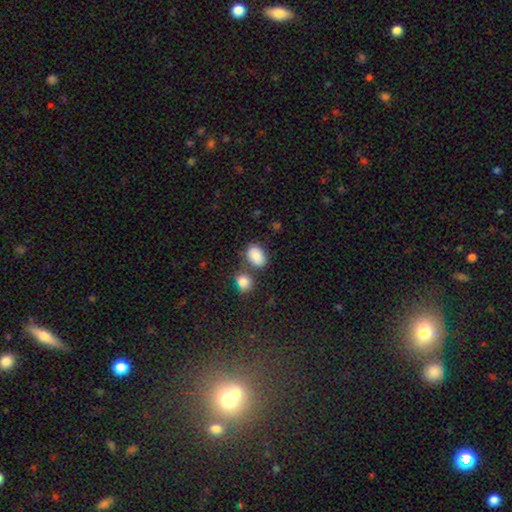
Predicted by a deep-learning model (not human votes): A smooth galaxy with no disk features (86%) that is in between round and cigar-shaped (85%).

Vote fractions:
- Smooth or featured? smooth: 86% / star or artifact: 8% / featured or disk: 6%
- How rounded? in between: 85% / round: 14% / cigar-shaped: 1%
- Merging? none: 65% / merger: 16% / minor disturbance: 15% / major disturbance: 4%